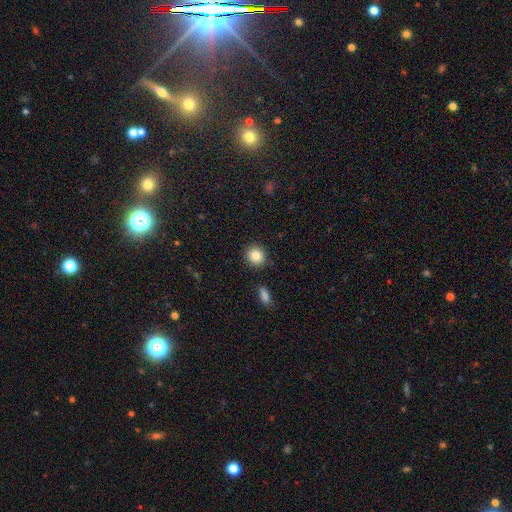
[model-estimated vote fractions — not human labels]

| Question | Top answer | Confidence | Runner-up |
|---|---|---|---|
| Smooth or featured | smooth | 85% | star or artifact (9%) |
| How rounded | round | 83% | in between (16%) |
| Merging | none | 89% | minor disturbance (7%) |